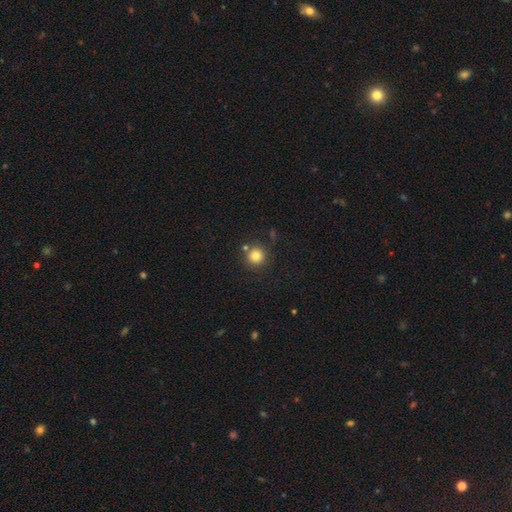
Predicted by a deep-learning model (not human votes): Q: Smooth or featured?
A: smooth (82%); runner-up: star or artifact (12%)
Q: How rounded?
A: round (94%); runner-up: in between (5%)
Q: Merging?
A: none (80%); runner-up: merger (9%)